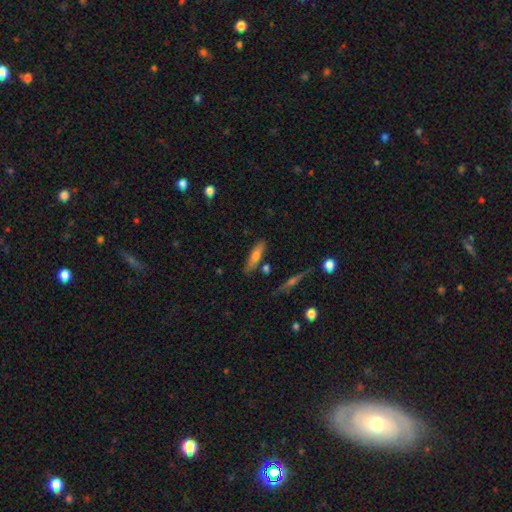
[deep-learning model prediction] smooth 62%, featured or disk 30%, star or artifact 7%. Down the decision tree: how rounded — cigar-shaped (64%); merging — none (78%).